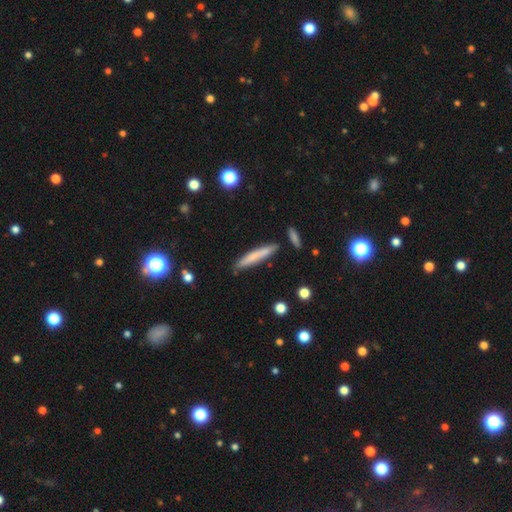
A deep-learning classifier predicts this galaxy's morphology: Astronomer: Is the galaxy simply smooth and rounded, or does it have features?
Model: smooth — 70%.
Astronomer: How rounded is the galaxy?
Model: cigar-shaped — 94%.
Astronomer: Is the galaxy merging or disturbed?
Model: none — 82%.